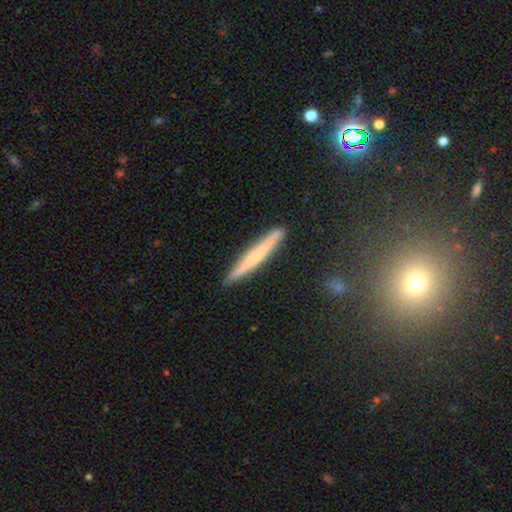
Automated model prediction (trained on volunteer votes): smooth 47%, featured or disk 46%, star or artifact 7%. Down the decision tree: merging — none (90%).